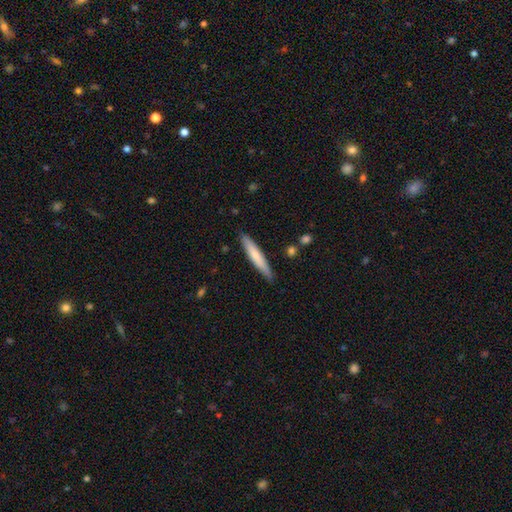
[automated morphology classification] A smooth galaxy with no disk features (68%) that is cigar-shaped (93%). Merging: none (87%).